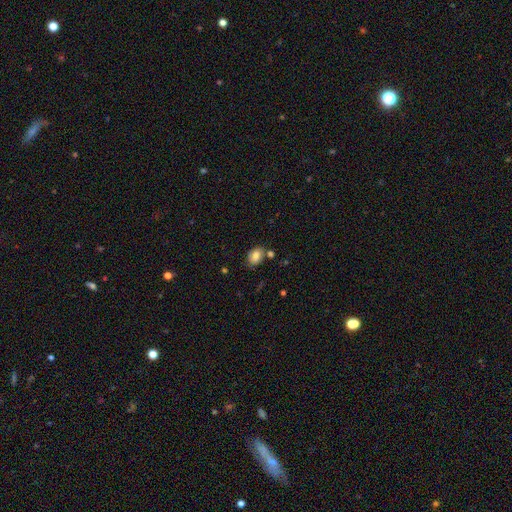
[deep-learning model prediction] A smooth galaxy with no disk features (75%) that is in between round and cigar-shaped (68%). Merging: none (67%).